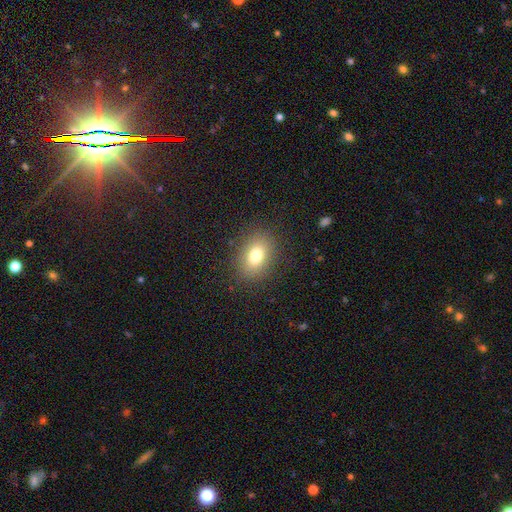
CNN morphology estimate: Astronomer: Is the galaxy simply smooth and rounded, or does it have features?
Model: smooth — 78%.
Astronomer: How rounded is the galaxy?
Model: in between — 76%.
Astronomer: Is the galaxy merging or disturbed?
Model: none — 87%.